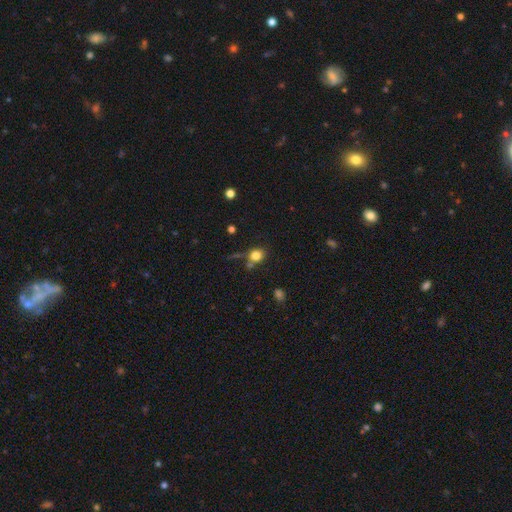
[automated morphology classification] Smooth or featured: smooth — 80% (star or artifact — 13%)
How rounded: round — 74% (in between — 25%)
Merging: none — 63% (merger — 16%)